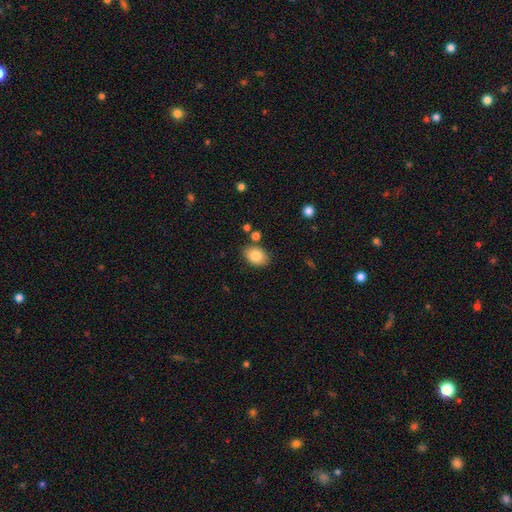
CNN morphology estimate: Smooth or featured?
  - smooth: 82% *
  - featured or disk: 9%
  - star or artifact: 8%
How rounded?
  - in between: 76% *
  - round: 23%
  - cigar-shaped: 1%
Merging?
  - none: 82% *
  - minor disturbance: 11%
  - merger: 4%
  - major disturbance: 2%